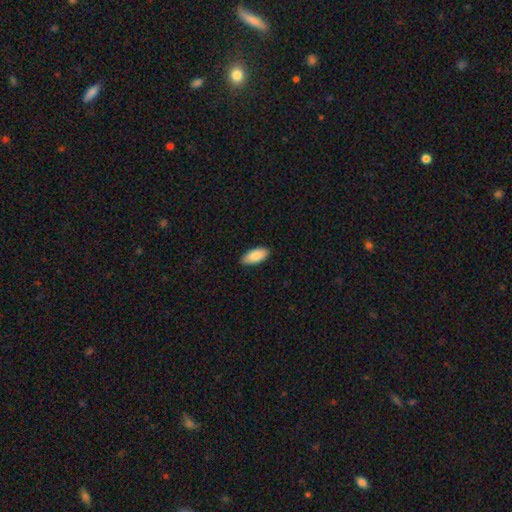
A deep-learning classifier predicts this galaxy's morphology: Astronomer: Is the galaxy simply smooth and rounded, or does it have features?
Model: smooth — 87%.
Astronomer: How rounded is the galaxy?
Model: in between — 91%.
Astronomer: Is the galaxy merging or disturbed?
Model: none — 88%.